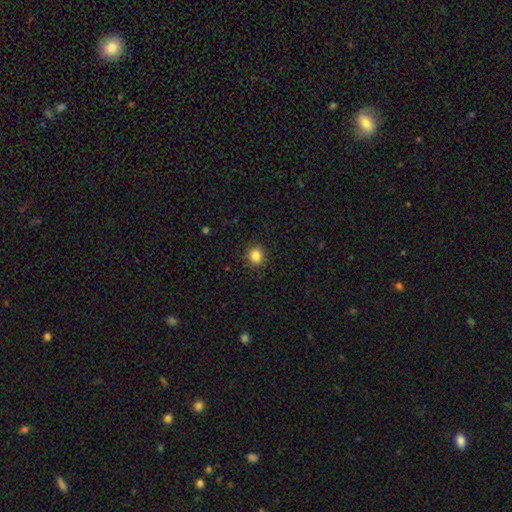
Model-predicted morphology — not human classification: Smooth or featured? smooth (85%)
How rounded? round (90%)
Merging? none (91%)